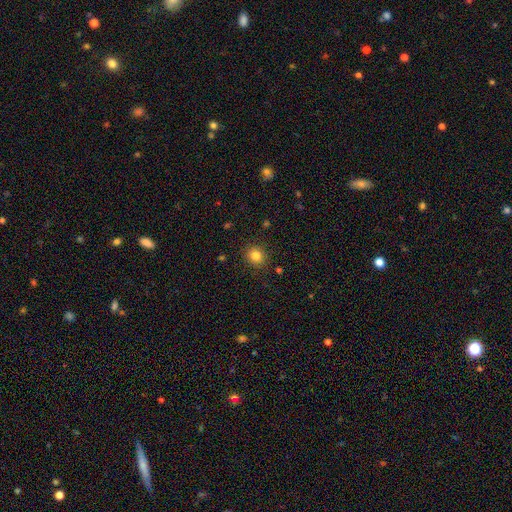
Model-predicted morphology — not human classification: This appears to be a smooth galaxy with no disk features (83%) that is round (82%). Merging: none (89%).